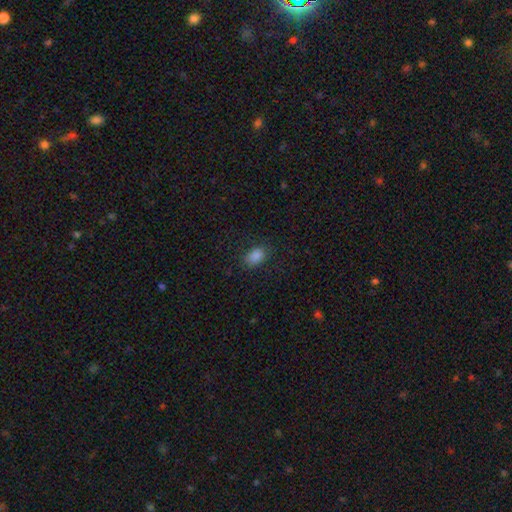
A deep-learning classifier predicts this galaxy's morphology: smooth_or_featured: smooth (p=0.85) [alt: star or artifact p=0.11]
how_rounded: in between (p=0.84) [alt: round p=0.14]
merging: none (p=0.83) [alt: minor disturbance p=0.12]